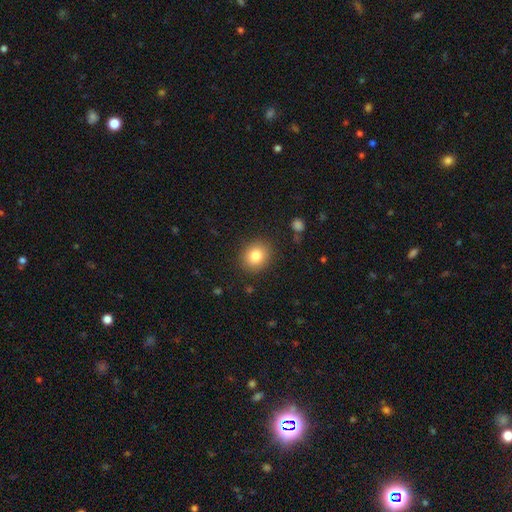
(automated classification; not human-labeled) A smooth galaxy with no disk features (82%) that is round (75%).

Vote fractions:
- Smooth or featured? smooth: 82% / star or artifact: 10% / featured or disk: 8%
- How rounded? round: 75% / in between: 24% / cigar-shaped: 1%
- Merging? none: 88% / minor disturbance: 8% / major disturbance: 3% / merger: 1%